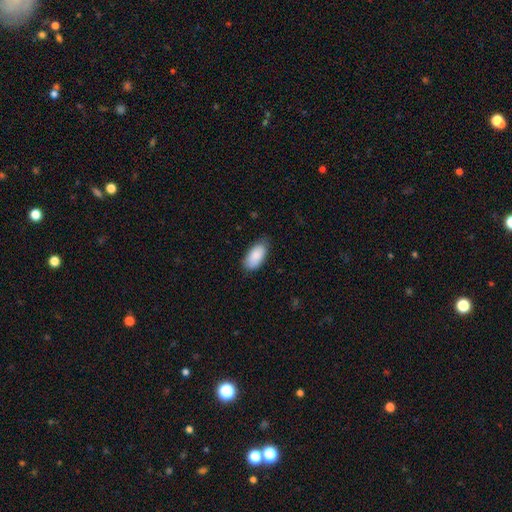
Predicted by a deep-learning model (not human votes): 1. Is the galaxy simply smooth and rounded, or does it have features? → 88% smooth, 6% featured or disk, 6% star or artifact.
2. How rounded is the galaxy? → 94% in between, 4% cigar-shaped, 2% round.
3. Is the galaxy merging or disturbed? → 75% none, 21% minor disturbance, 3% major disturbance, 1% merger.